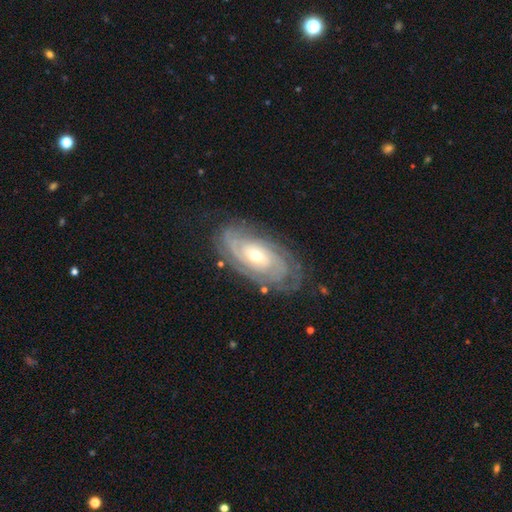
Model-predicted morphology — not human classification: Smooth or featured: featured or disk — 86% (smooth — 8%)
Edge-on disk: no — 93% (yes — 7%)
Bar: no — 66% (weak — 25%)
Spiral arms: yes — 96% (no — 4%)
Spiral winding: tight — 78% (medium — 18%)
Spiral arm count: can't tell — 35% (2 — 26%)
Bulge size: moderate — 53% (small — 42%)
Merging: none — 77% (minor disturbance — 16%)